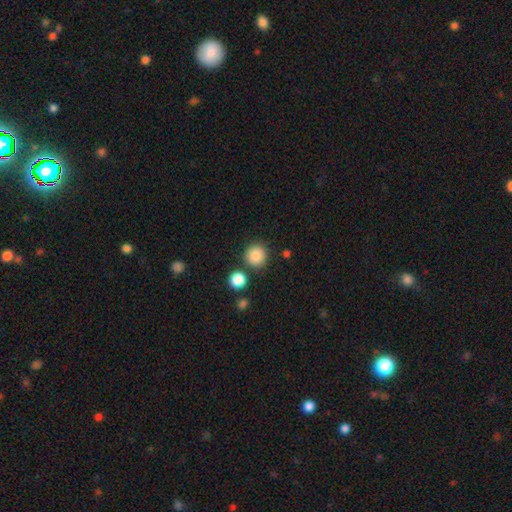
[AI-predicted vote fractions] This appears to be a smooth galaxy with no disk features (86%) that is round (93%). Merging: none (85%).